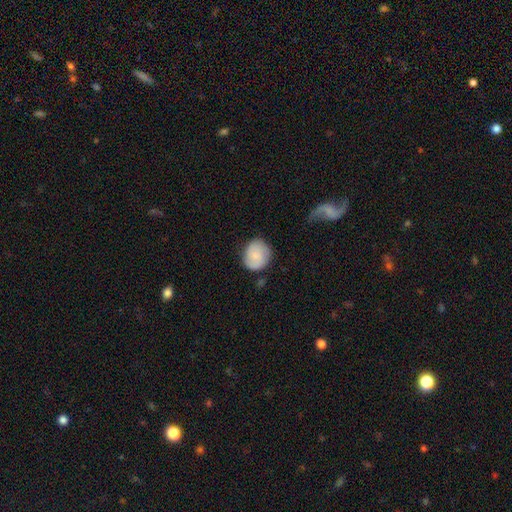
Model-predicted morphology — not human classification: smooth 70%, featured or disk 23%, star or artifact 7%. Down the decision tree: how rounded — round (76%); merging — none (75%).